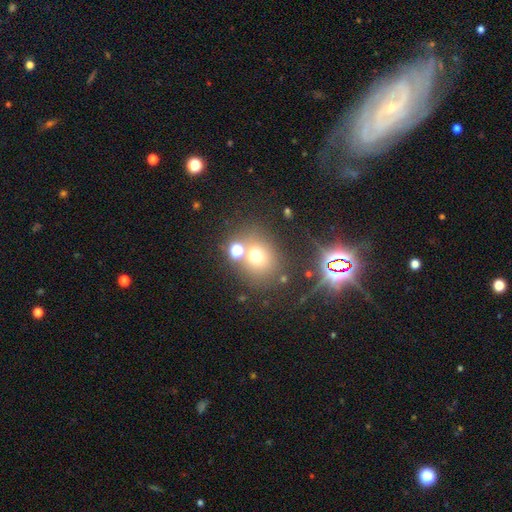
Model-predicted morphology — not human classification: A smooth galaxy with no disk features (63%) that is round (75%).

Vote fractions:
- Smooth or featured? smooth: 63% / star or artifact: 24% / featured or disk: 13%
- How rounded? round: 75% / in between: 24% / cigar-shaped: 1%
- Merging? none: 64% / merger: 19% / minor disturbance: 11% / major disturbance: 6%